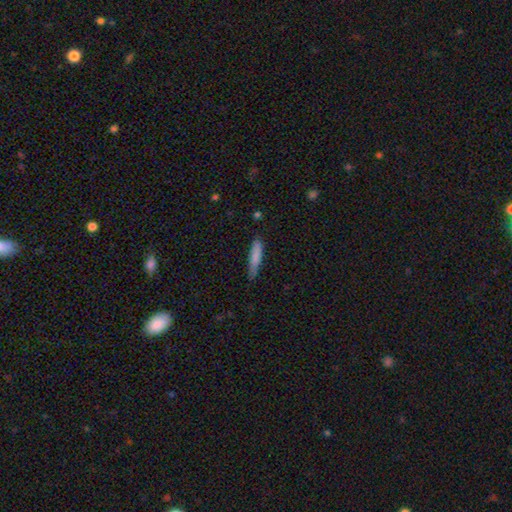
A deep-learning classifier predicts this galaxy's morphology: type=smooth (82%); roundness=cigar-shaped (84%); merging=none (66%).